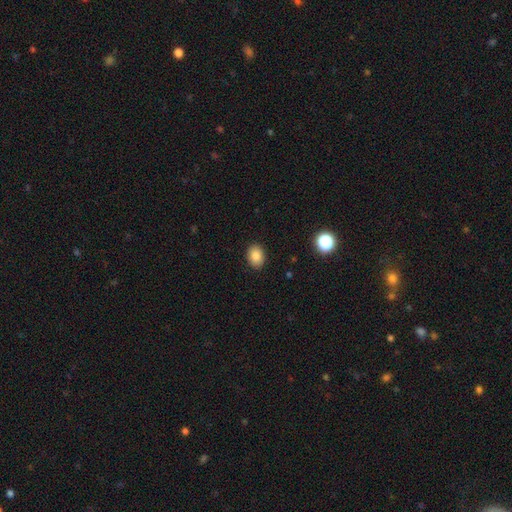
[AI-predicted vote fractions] Smooth or featured? smooth (85%)
How rounded? in between (67%)
Merging? none (89%)